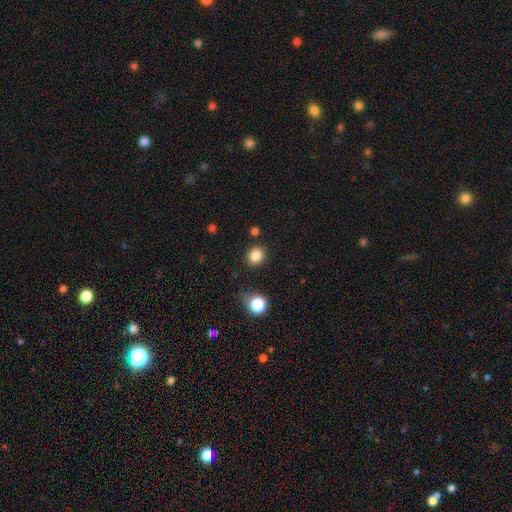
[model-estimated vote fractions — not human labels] This appears to be a smooth galaxy with no disk features (84%) that is round (79%). Merging: none (85%).